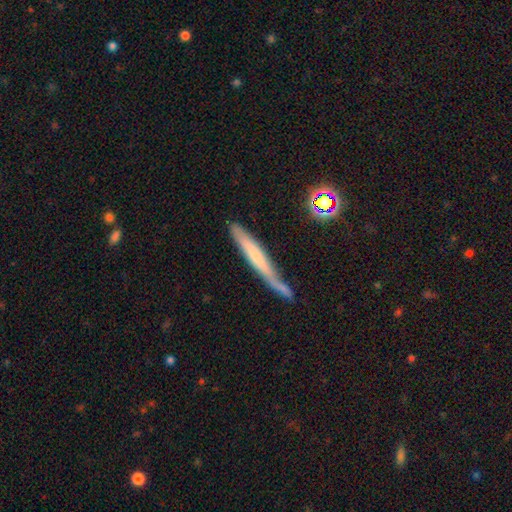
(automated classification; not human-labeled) smooth_or_featured: smooth (p=0.50) [alt: featured or disk p=0.41]
merging: none (p=0.55) [alt: minor disturbance p=0.26]